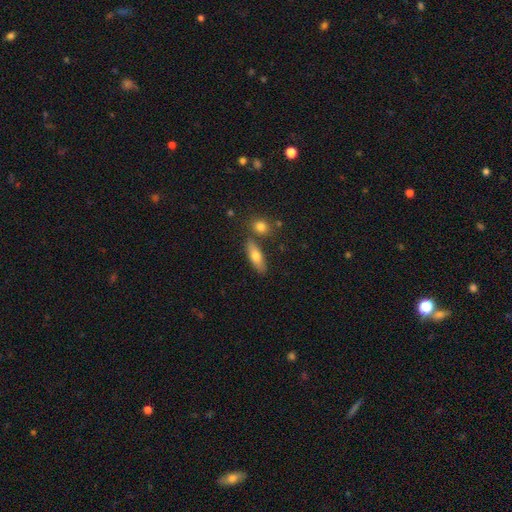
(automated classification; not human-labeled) A smooth galaxy with no disk features (72%) that is in between round and cigar-shaped (63%). Merging: none (76%).